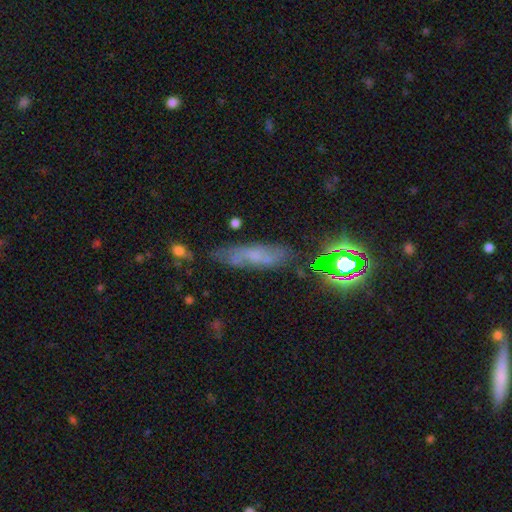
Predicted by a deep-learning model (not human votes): Smooth or featured: featured or disk — 39% (smooth — 38%)
Merging: none — 64% (minor disturbance — 22%)